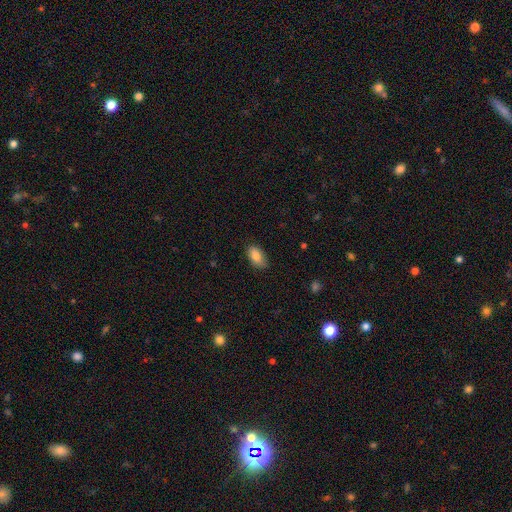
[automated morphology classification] Smooth or featured?
  - smooth: 85% *
  - featured or disk: 8%
  - star or artifact: 7%
How rounded?
  - in between: 92% *
  - round: 4%
  - cigar-shaped: 4%
Merging?
  - none: 81% *
  - minor disturbance: 15%
  - major disturbance: 3%
  - merger: 1%